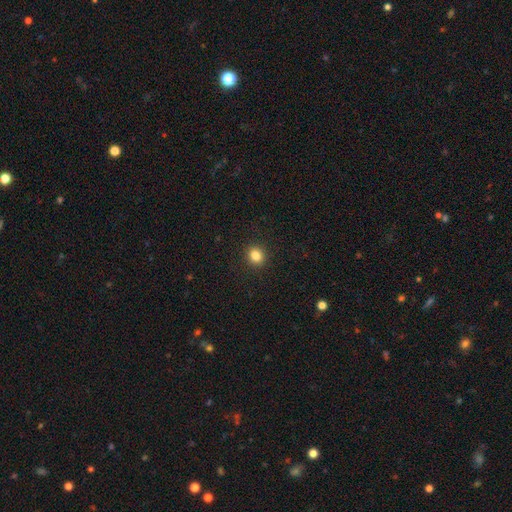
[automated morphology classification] Q: Smooth or featured?
A: smooth (84%); runner-up: star or artifact (11%)
Q: How rounded?
A: round (81%); runner-up: in between (18%)
Q: Merging?
A: none (92%); runner-up: minor disturbance (6%)